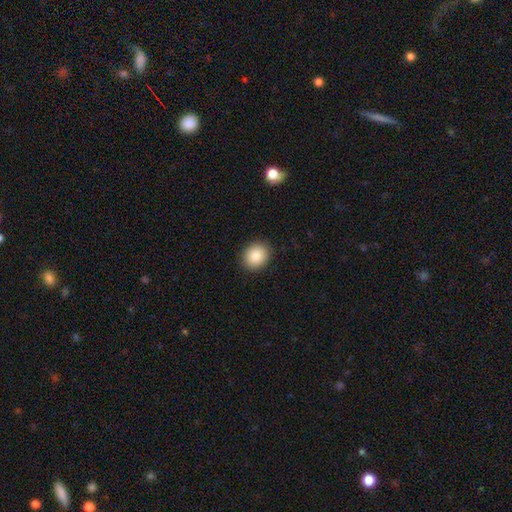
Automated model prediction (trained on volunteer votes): Smooth or featured? smooth (86%)
How rounded? round (67%)
Merging? none (90%)